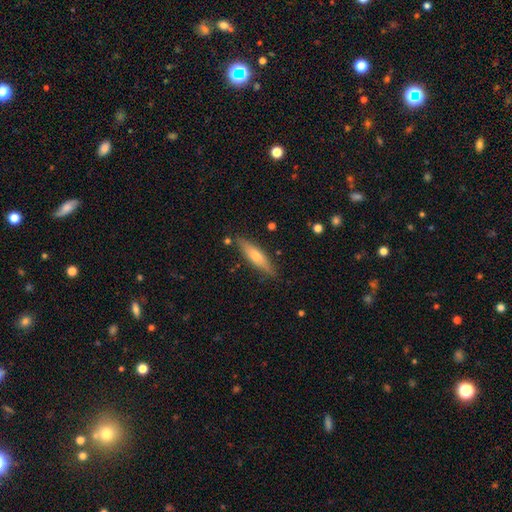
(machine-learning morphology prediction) A smooth galaxy with no disk features (46%, tied with featured or disk).

Vote fractions:
- Smooth or featured? smooth: 46% (tied) / featured or disk: 46% (tied) / star or artifact: 8%
- Merging? none: 85% / minor disturbance: 11% / major disturbance: 2% / merger: 2%